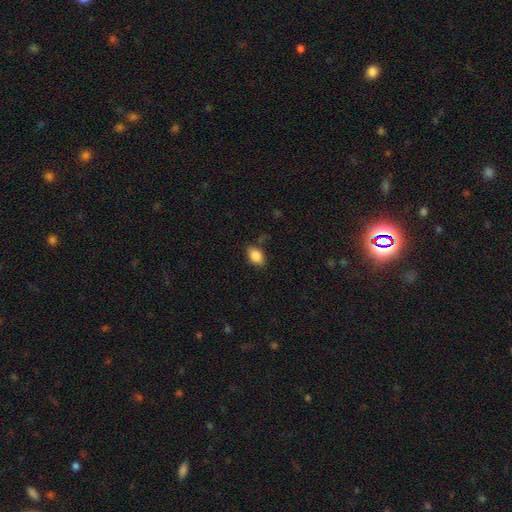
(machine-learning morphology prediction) smooth_or_featured: smooth (p=0.87) [alt: star or artifact p=0.08]
how_rounded: in between (p=0.87) [alt: round p=0.11]
merging: none (p=0.81) [alt: minor disturbance p=0.14]